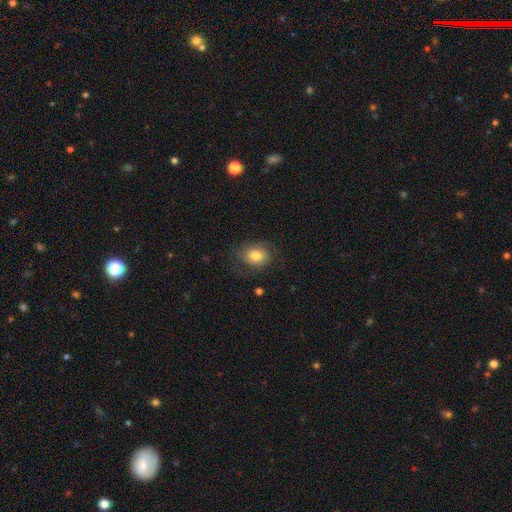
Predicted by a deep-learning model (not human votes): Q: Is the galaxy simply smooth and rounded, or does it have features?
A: smooth — 70%.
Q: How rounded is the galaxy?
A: in between — 52%.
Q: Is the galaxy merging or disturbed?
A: none — 68%.